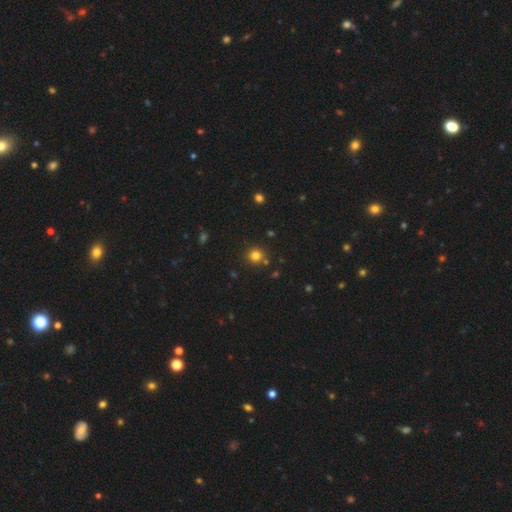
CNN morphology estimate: Smooth or featured: smooth — 79% (star or artifact — 15%)
How rounded: round — 92% (in between — 7%)
Merging: none — 85% (minor disturbance — 7%)